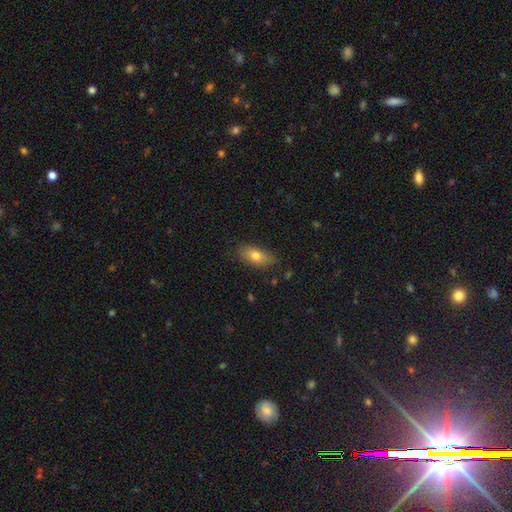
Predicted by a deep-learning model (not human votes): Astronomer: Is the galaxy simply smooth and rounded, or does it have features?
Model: smooth — 77%.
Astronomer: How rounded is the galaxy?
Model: in between — 84%.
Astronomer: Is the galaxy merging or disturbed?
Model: none — 78%.